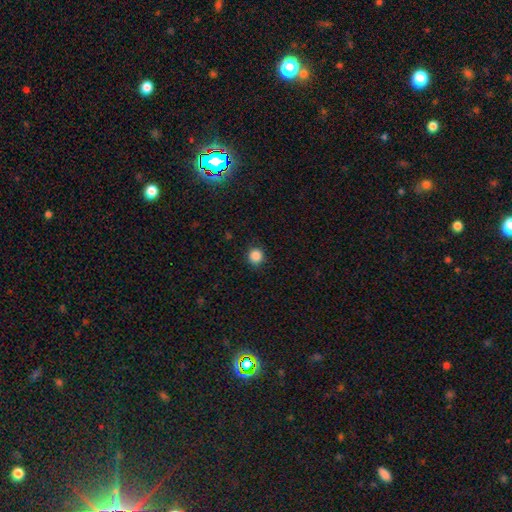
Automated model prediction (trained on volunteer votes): Q: Smooth or featured?
A: smooth (86%); runner-up: star or artifact (11%)
Q: How rounded?
A: round (92%); runner-up: in between (7%)
Q: Merging?
A: none (90%); runner-up: minor disturbance (7%)